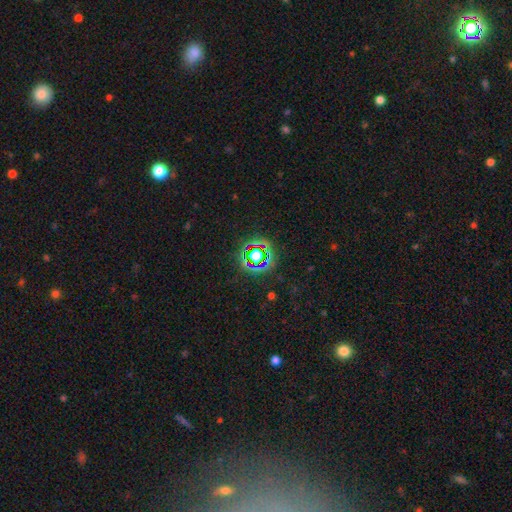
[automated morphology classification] smooth_or_featured: star or artifact (p=0.65) [alt: smooth p=0.23]